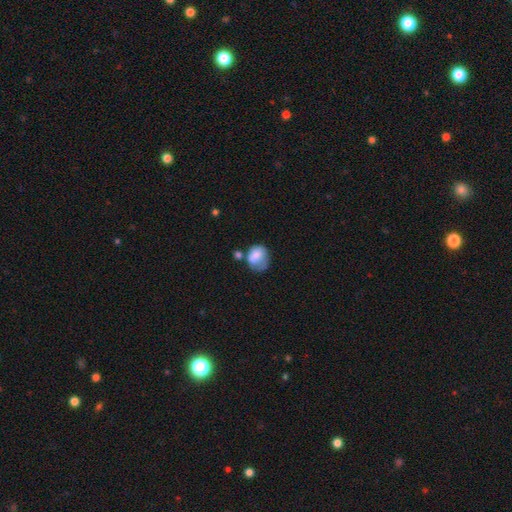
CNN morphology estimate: Smooth or featured?
  - smooth: 73% *
  - featured or disk: 19%
  - star or artifact: 8%
How rounded?
  - round: 56% *
  - in between: 43%
  - cigar-shaped: 1%
Merging?
  - none: 31% *
  - minor disturbance: 28%
  - merger: 22%
  - major disturbance: 19%